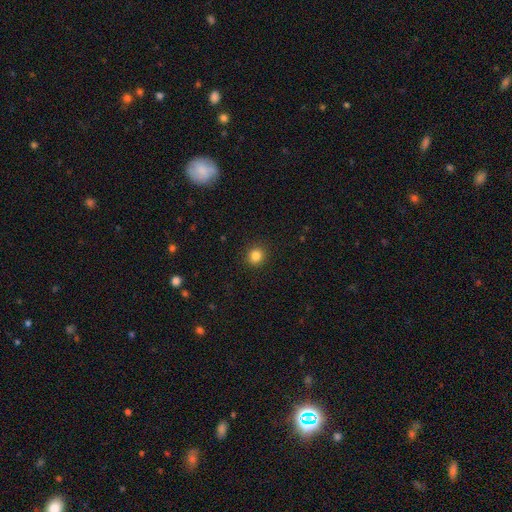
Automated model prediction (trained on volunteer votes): A smooth galaxy with no disk features (84%) that is round (91%). Merging: none (92%).